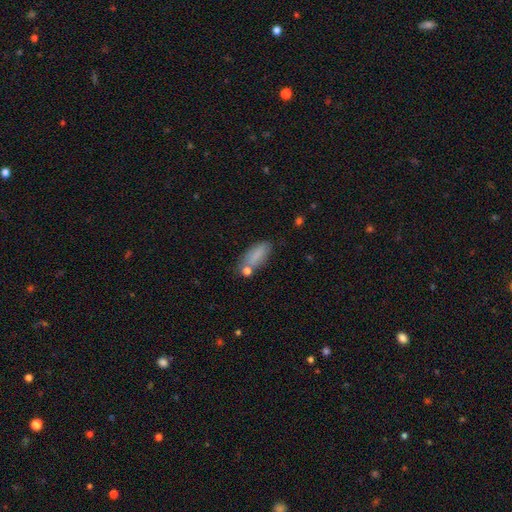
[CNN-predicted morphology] smooth-or-featured: smooth: 81% | featured or disk: 10% | star or artifact: 8%
  how-rounded: in between: 71% | cigar-shaped: 26% | round: 3%
  merging: none: 65% | minor disturbance: 18% | merger: 11% | major disturbance: 5%